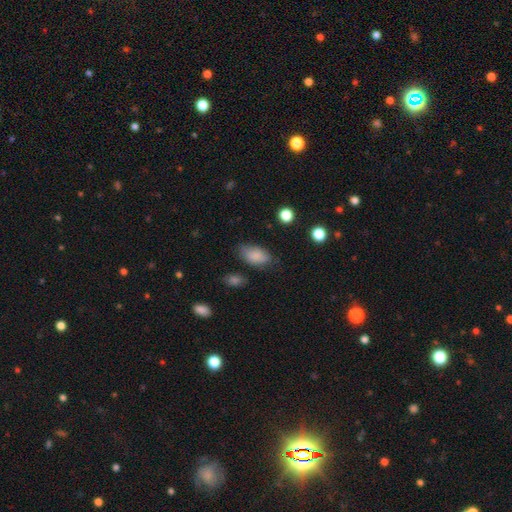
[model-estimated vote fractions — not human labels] smooth-or-featured: smooth: 85% | star or artifact: 8% | featured or disk: 7%
  how-rounded: in between: 91% | round: 7% | cigar-shaped: 2%
  merging: none: 69% | minor disturbance: 23% | major disturbance: 6% | merger: 3%